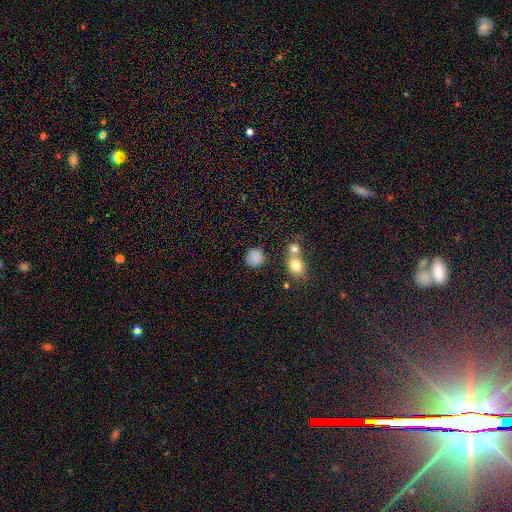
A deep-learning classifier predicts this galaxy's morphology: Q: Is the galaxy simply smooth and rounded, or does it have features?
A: smooth — 83%.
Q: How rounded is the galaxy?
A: round — 85%.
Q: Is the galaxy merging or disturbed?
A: none — 73%.